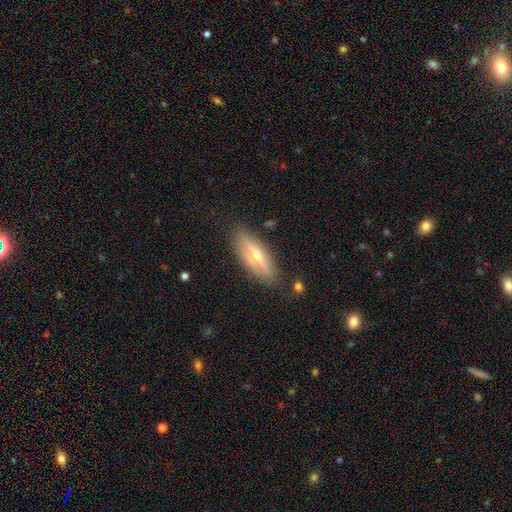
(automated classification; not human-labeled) Morphology: type=featured or disk (64%); edge-on=yes (85%); edge-on bulge=rounded (93%); merging=none (84%).